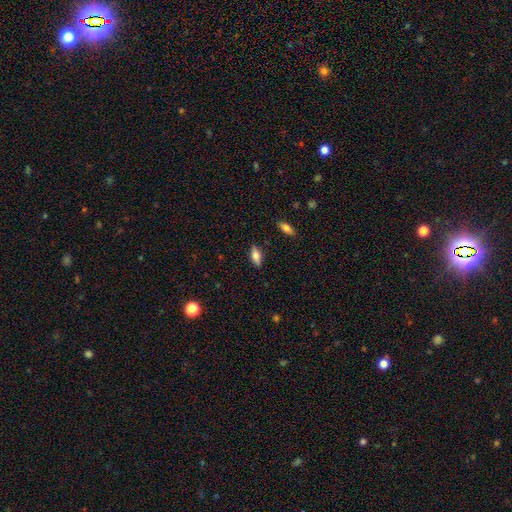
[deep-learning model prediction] This appears to be a smooth galaxy with no disk features (64%) that is in between round and cigar-shaped (76%). Merging: none (85%).